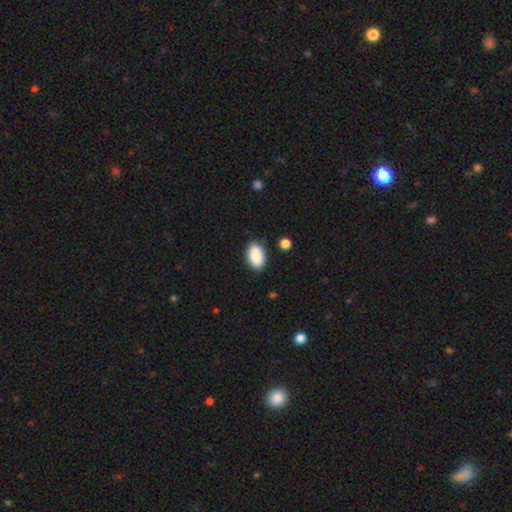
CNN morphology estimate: Smooth or featured: smooth — 90% (star or artifact — 7%)
How rounded: in between — 94% (round — 5%)
Merging: none — 86% (minor disturbance — 10%)